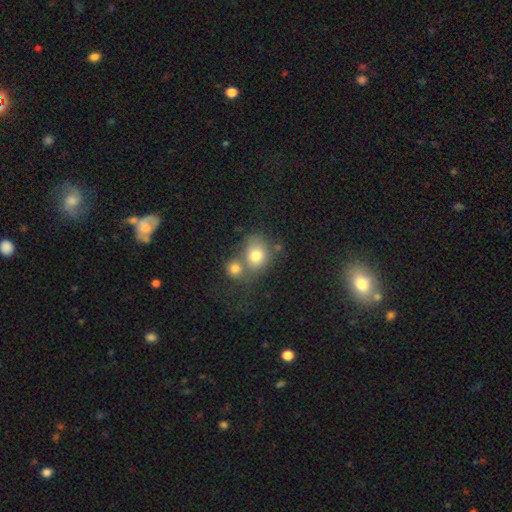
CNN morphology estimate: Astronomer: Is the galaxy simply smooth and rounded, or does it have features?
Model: smooth — 75%.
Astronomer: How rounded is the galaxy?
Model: round — 64%.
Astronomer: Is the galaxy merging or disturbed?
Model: merger — 48% (runner-up: none, 36%).